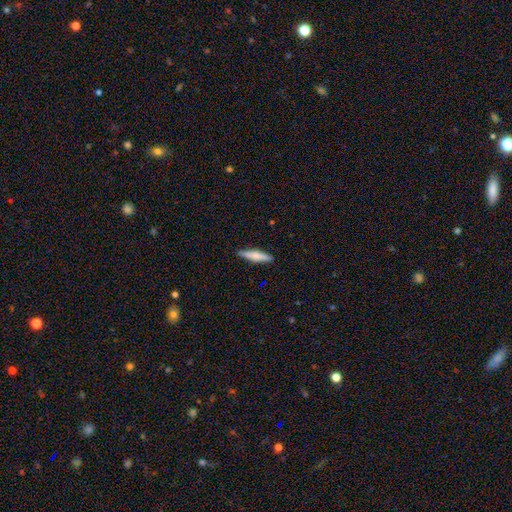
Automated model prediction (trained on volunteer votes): Smooth or featured? Predicted: smooth (p=0.68). How rounded? Predicted: cigar-shaped (p=0.86). Merging? Predicted: none (p=0.90).